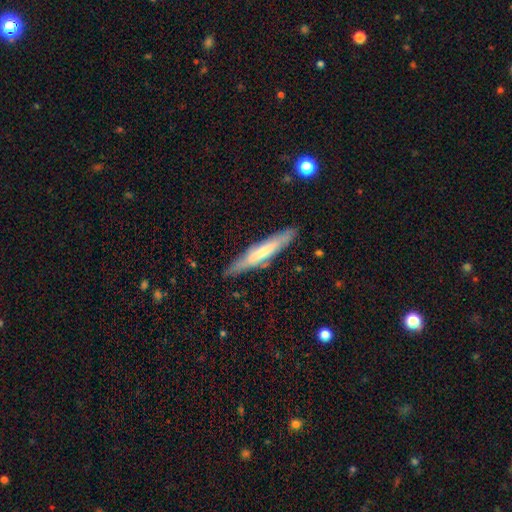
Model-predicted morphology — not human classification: This is possibly a smooth galaxy (51%). How rounded: clearly cigar-shaped (89%). Merging: likely none (79%).